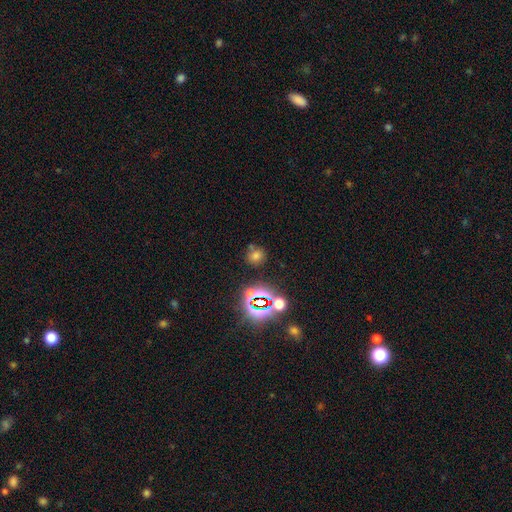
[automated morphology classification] Smooth or featured? Predicted: smooth (p=0.58). How rounded? Predicted: round (p=0.84). Merging? Predicted: none (p=0.76).